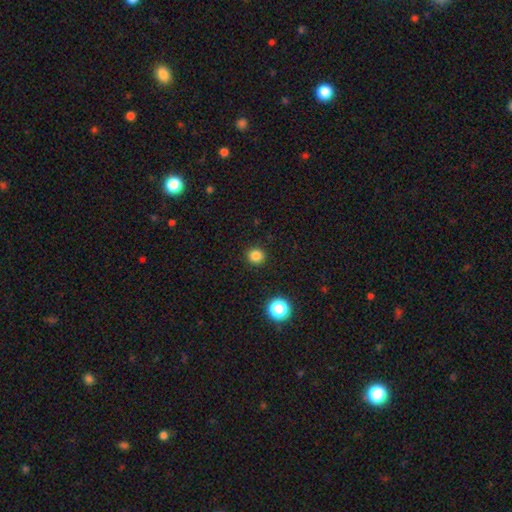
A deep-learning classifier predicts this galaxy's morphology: Smooth or featured? Predicted: smooth (p=0.83). How rounded? Predicted: round (p=0.94). Merging? Predicted: none (p=0.92).